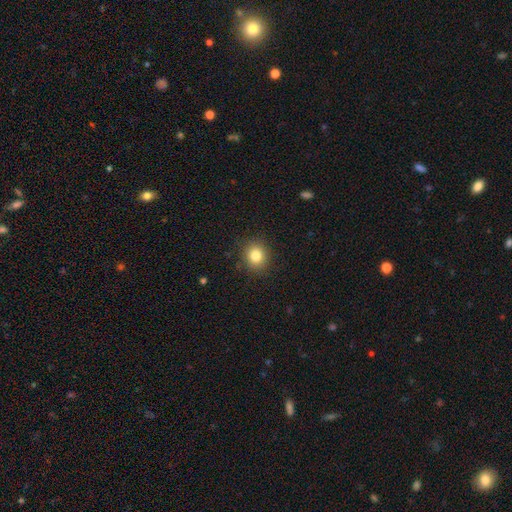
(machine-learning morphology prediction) Q: Smooth or featured?
A: smooth (83%); runner-up: star or artifact (11%)
Q: How rounded?
A: round (80%); runner-up: in between (19%)
Q: Merging?
A: none (89%); runner-up: minor disturbance (7%)